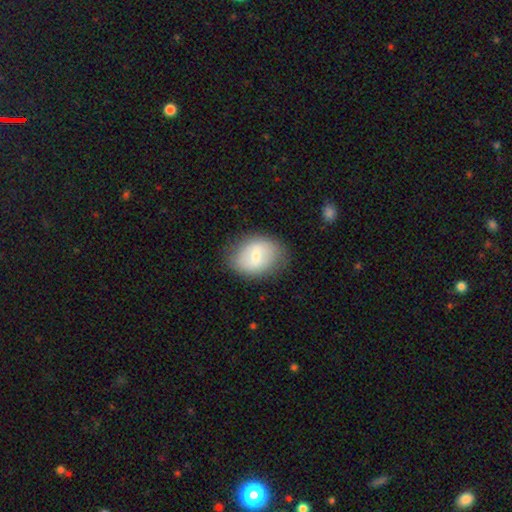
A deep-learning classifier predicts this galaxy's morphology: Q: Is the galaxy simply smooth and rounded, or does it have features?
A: smooth — 60%.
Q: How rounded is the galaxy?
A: in between — 64%.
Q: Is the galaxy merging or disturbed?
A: none — 76%.